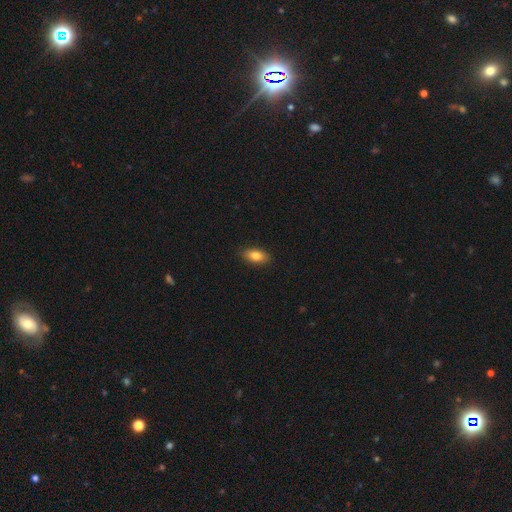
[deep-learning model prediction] Morphology: type=smooth (83%); roundness=in between (88%); merging=none (88%).